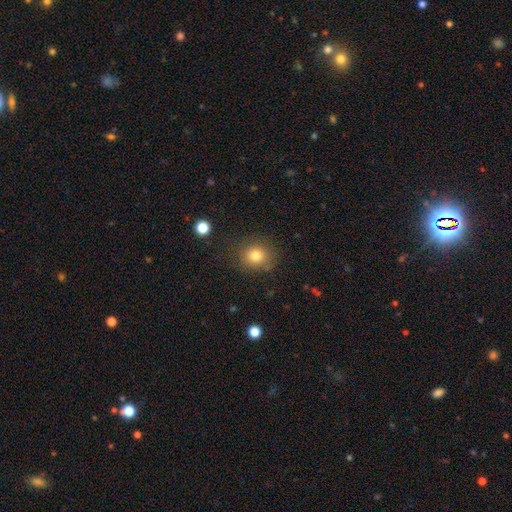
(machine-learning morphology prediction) type=smooth (80%); roundness=round (83%); merging=none (82%).